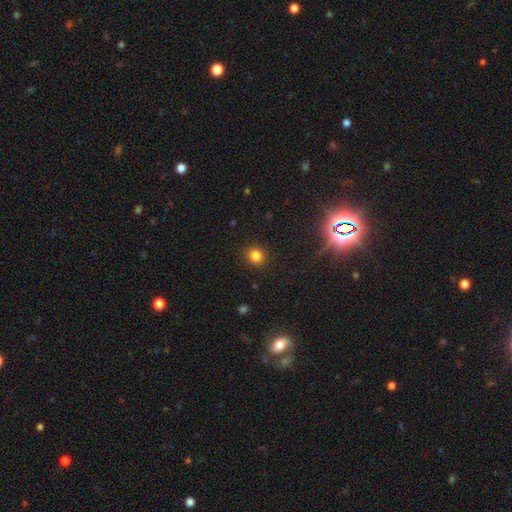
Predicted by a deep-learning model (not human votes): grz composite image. It shows a smooth galaxy with no disk features (82%) that is round (87%). Merging: none (91%).